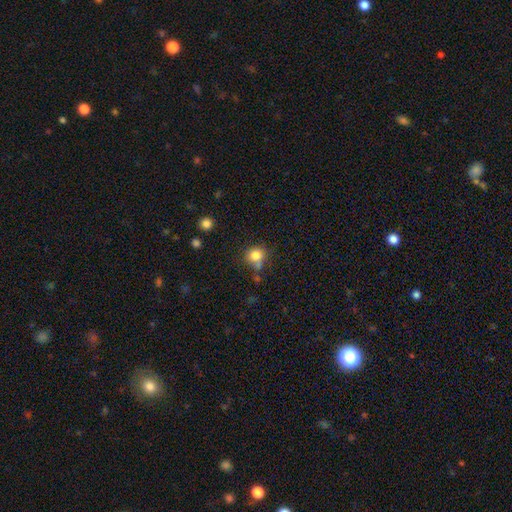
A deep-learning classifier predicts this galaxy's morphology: type=smooth (82%); roundness=round (80%); merging=none (62%).